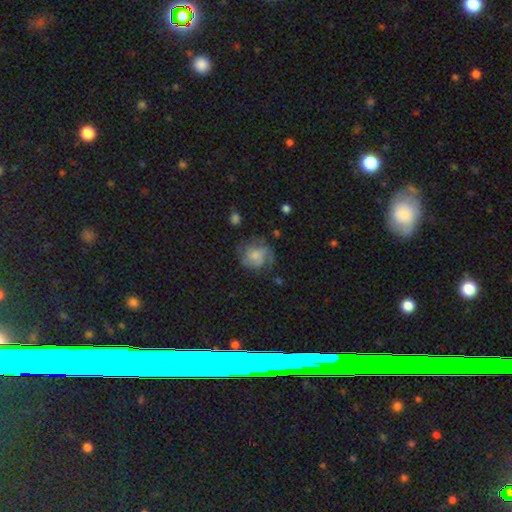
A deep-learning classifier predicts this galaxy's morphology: A featured or disk galaxy (49%). Merging: none (56%).